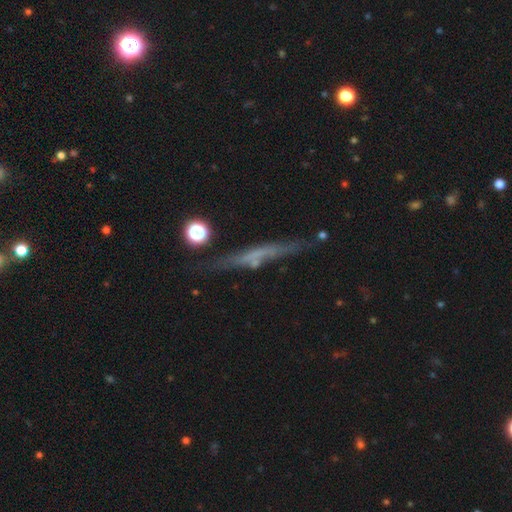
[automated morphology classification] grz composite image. It shows a featured or disk galaxy (51%) viewed edge-on (86%). Merging: none (70%).